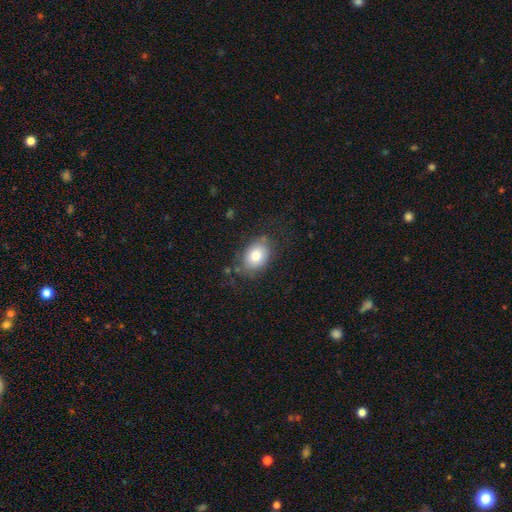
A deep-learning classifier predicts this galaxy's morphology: This is likely a smooth galaxy (76%). How rounded: likely in between (74%). Merging: likely none (73%).